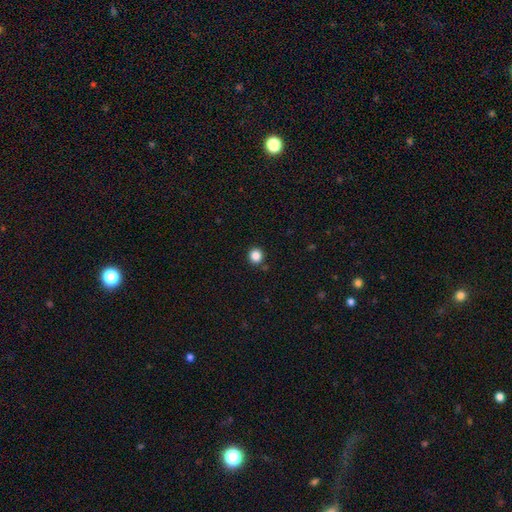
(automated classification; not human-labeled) smooth_or_featured: smooth (p=0.86) [alt: star or artifact p=0.11]
how_rounded: round (p=0.91) [alt: in between p=0.08]
merging: none (p=0.90) [alt: minor disturbance p=0.06]